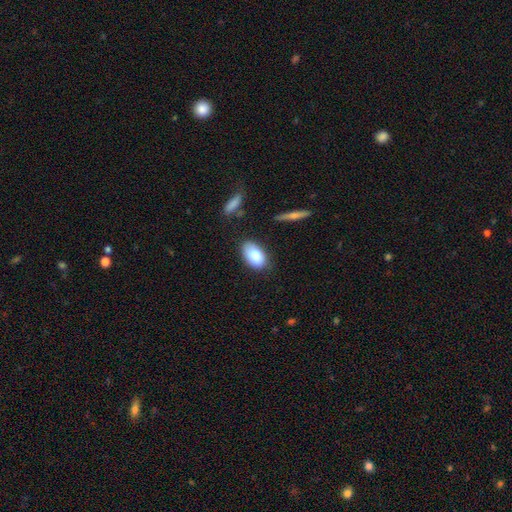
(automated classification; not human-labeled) Morphology: type=smooth (83%); roundness=in between (93%); merging=none (71%).